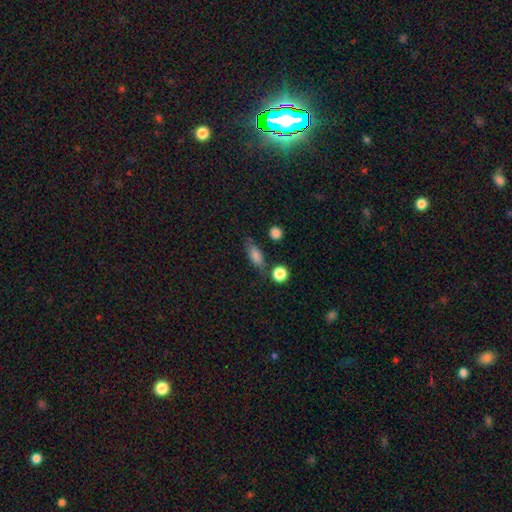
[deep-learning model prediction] The model was most divided on "how rounded": in between: 64%, cigar-shaped: 27%, round: 9%. More confident: smooth or featured — smooth (77%); merging — none (67%).